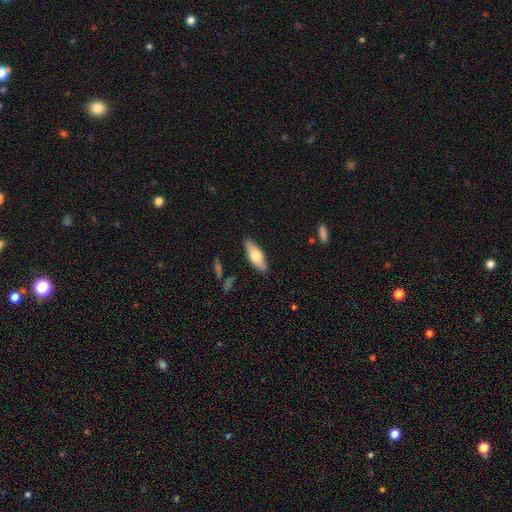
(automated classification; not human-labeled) The model was most divided on "smooth or featured": smooth: 70%, featured or disk: 24%, star or artifact: 6%. More confident: merging — none (87%); how rounded — in between (74%).